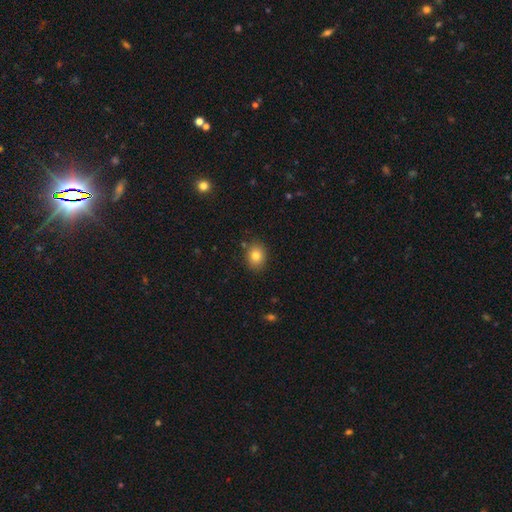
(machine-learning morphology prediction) Overall: smooth (81%). How rounded: round (50%; in between 49%). Merging: none (86%).